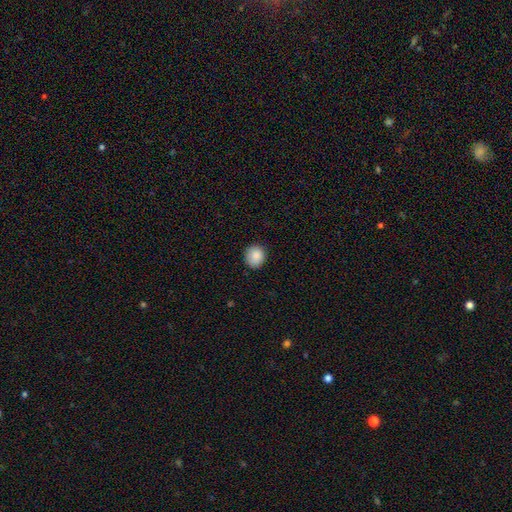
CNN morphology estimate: This is clearly a smooth galaxy (87%). How rounded: clearly round (83%). Merging: clearly none (86%).